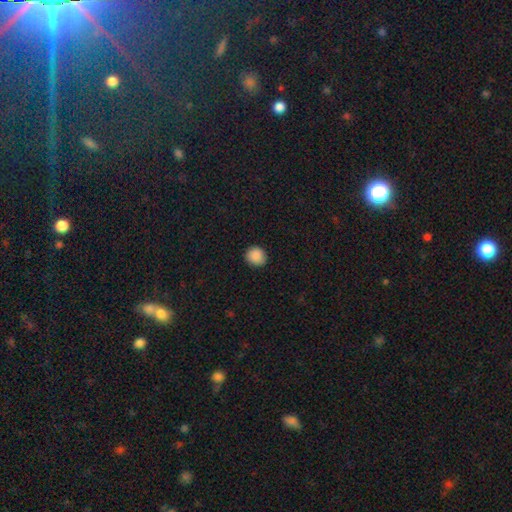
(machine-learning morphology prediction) Smooth or featured: smooth — 89% (star or artifact — 9%)
How rounded: round — 88% (in between — 11%)
Merging: none — 89% (minor disturbance — 8%)